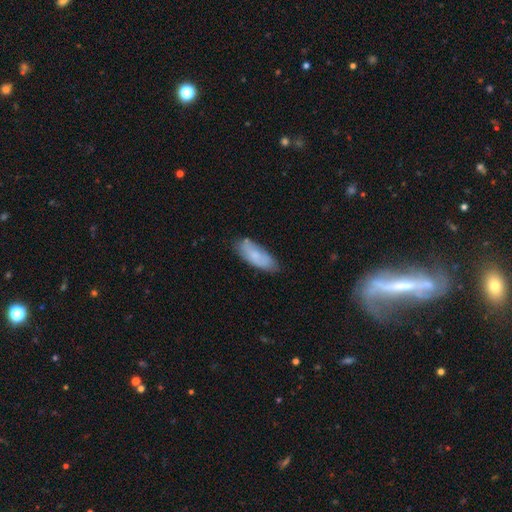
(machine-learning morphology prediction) smooth_or_featured: smooth (p=0.72) [alt: featured or disk p=0.22]
how_rounded: in between (p=0.72) [alt: cigar-shaped p=0.26]
merging: none (p=0.72) [alt: minor disturbance p=0.22]